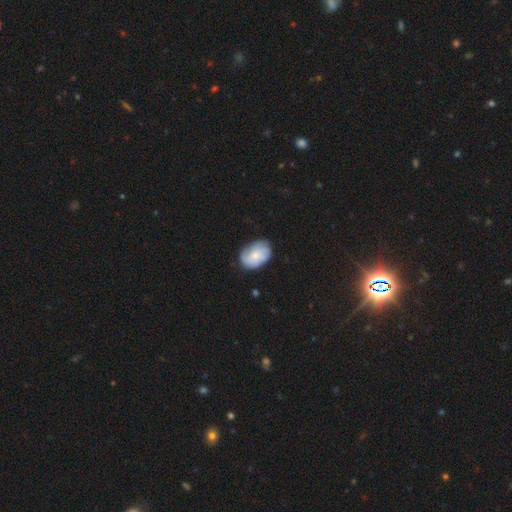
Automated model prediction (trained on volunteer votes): This appears to be a smooth galaxy with no disk features (58%) that is in between round and cigar-shaped (80%). Merging: none (68%).